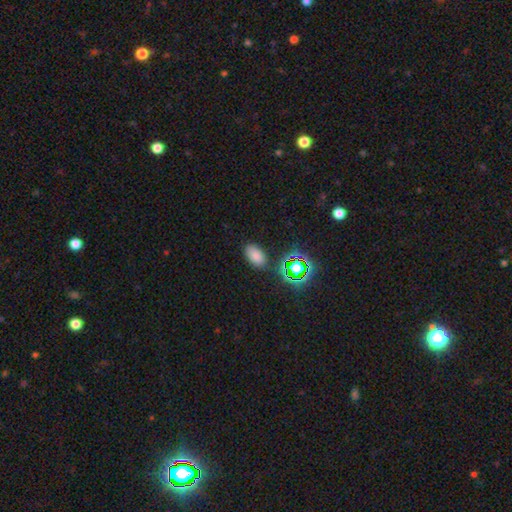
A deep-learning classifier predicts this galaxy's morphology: Smooth or featured? smooth (74%)
How rounded? in between (91%)
Merging? none (83%)